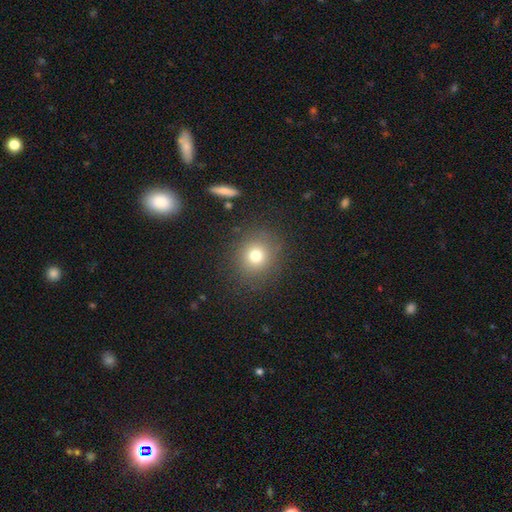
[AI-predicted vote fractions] Q: Smooth or featured?
A: smooth (75%); runner-up: star or artifact (15%)
Q: How rounded?
A: round (84%); runner-up: in between (15%)
Q: Merging?
A: none (86%); runner-up: minor disturbance (8%)